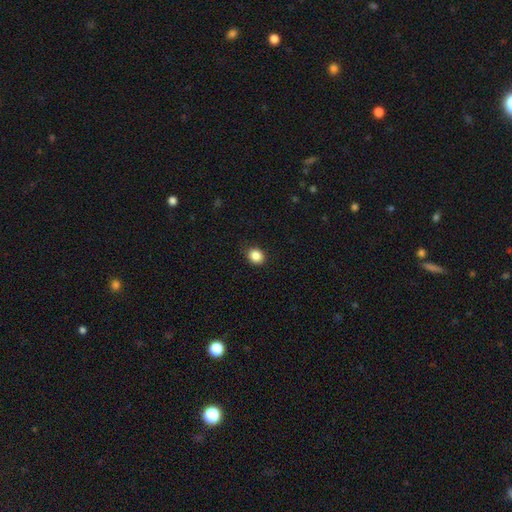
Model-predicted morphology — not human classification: type=smooth (86%); roundness=round (65%); merging=none (85%).